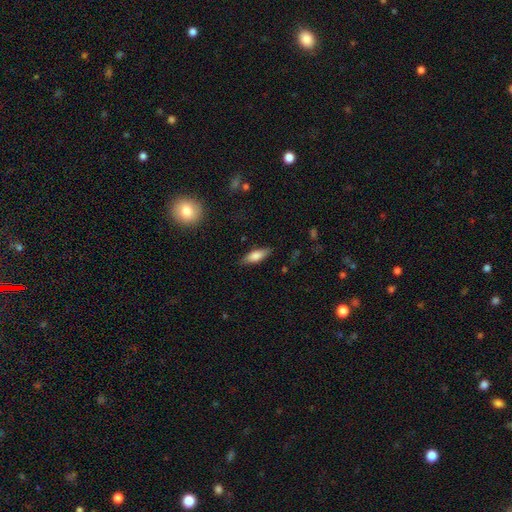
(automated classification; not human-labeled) This is likely a smooth galaxy (72%). How rounded: likely in between (61%). Merging: clearly none (84%).